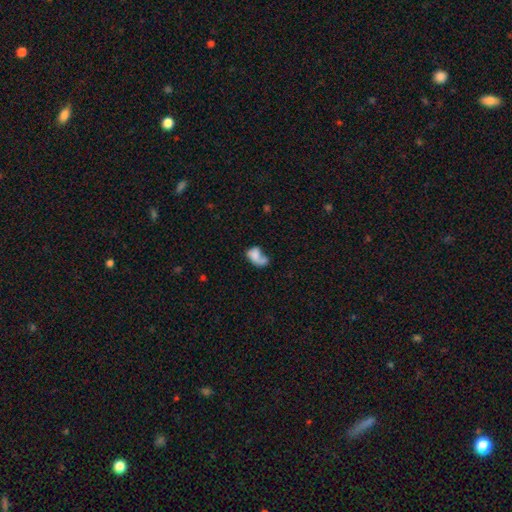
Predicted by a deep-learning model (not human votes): smooth 66%, featured or disk 24%, star or artifact 9%. Down the decision tree: how rounded — in between (83%); merging — merger (32%).